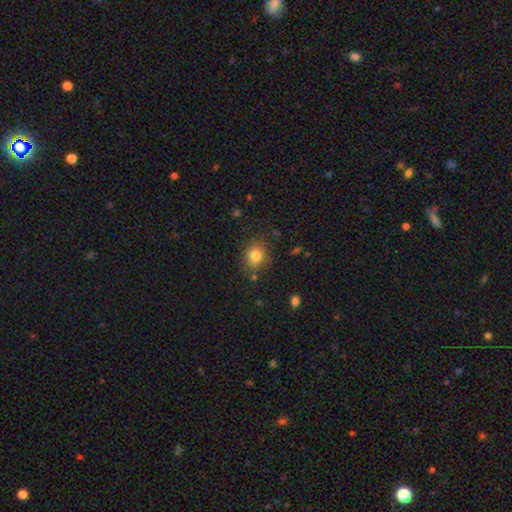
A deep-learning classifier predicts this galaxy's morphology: smooth-or-featured: smooth: 81% | star or artifact: 11% | featured or disk: 8%
  how-rounded: round: 60% | in between: 39% | cigar-shaped: 1%
  merging: none: 76% | minor disturbance: 16% | major disturbance: 5% | merger: 3%